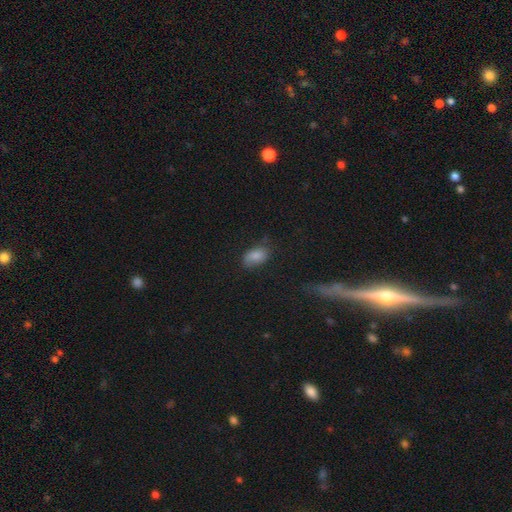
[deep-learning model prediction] Overall: smooth (83%). How rounded: in between (91%). Merging: none (66%).